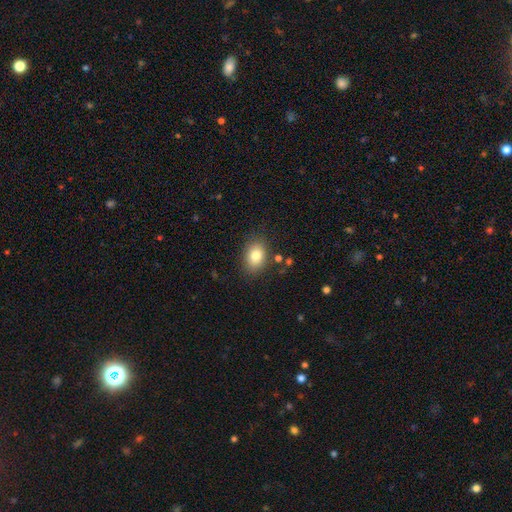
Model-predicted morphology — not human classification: Smooth or featured? smooth (81%)
How rounded? in between (74%)
Merging? none (83%)